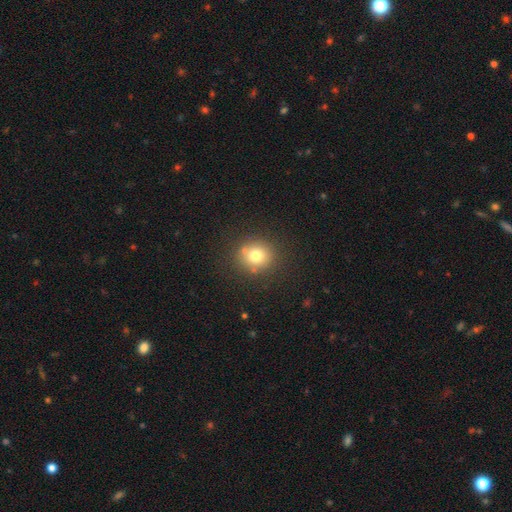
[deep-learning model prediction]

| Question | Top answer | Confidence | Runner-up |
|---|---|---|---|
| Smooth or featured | smooth | 74% | star or artifact (14%) |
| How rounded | round | 87% | in between (13%) |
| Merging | none | 81% | minor disturbance (10%) |